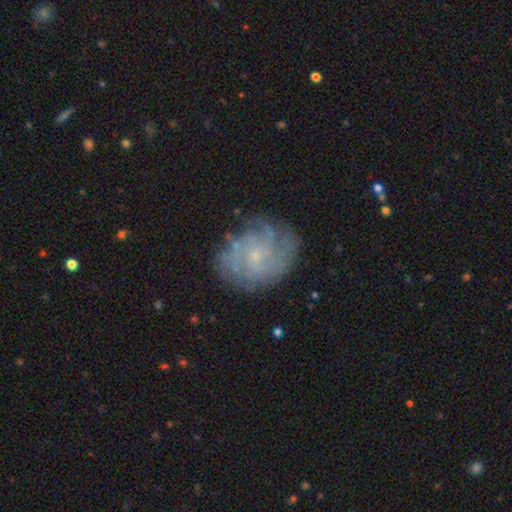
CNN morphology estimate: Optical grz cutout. It shows a featured or disk galaxy (73%) with no bar (70%), tight (54%) spiral arms (87%) and a small central bulge (78%). Merging: none (75%).